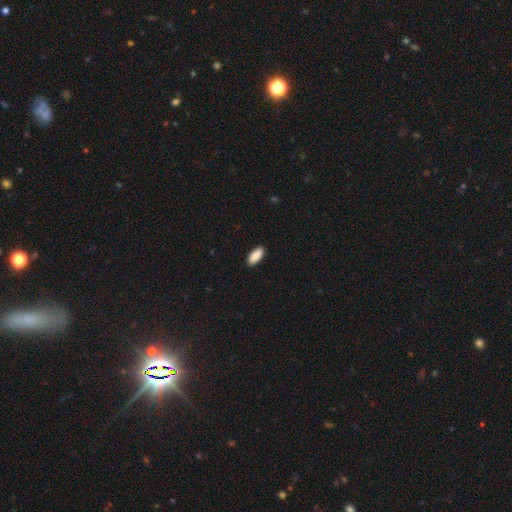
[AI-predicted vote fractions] A smooth galaxy with no disk features (90%) that is in between round and cigar-shaped (89%).

Vote fractions:
- Smooth or featured? smooth: 90% / star or artifact: 6% / featured or disk: 4%
- How rounded? in between: 89% / cigar-shaped: 9% / round: 2%
- Merging? none: 90% / minor disturbance: 8% / major disturbance: 2% / merger: 1%